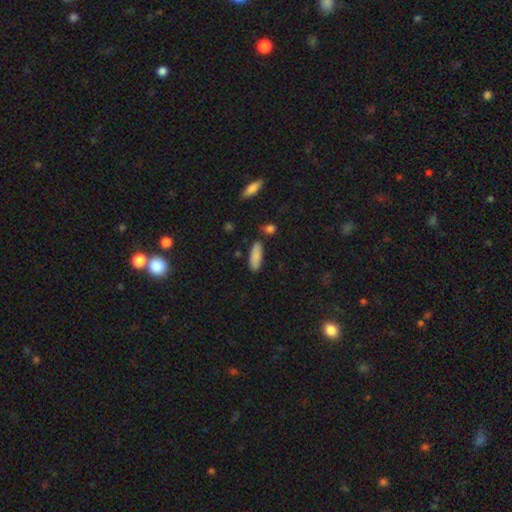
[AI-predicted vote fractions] Smooth or featured?
  - smooth: 87% *
  - featured or disk: 7%
  - star or artifact: 6%
How rounded?
  - in between: 62% *
  - cigar-shaped: 36%
  - round: 2%
Merging?
  - none: 82% *
  - minor disturbance: 11%
  - merger: 4%
  - major disturbance: 2%